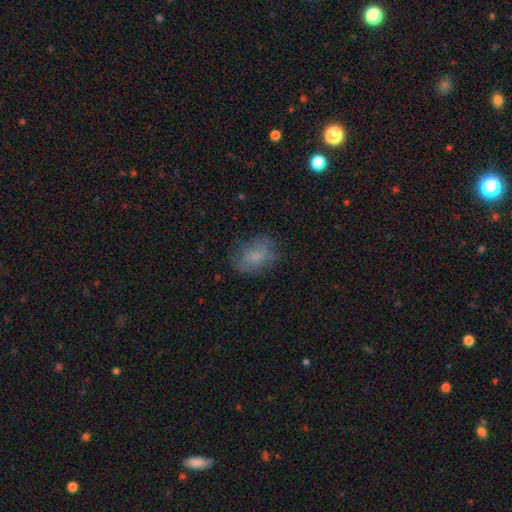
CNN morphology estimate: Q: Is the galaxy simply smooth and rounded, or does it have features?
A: smooth — 68%.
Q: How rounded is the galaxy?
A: in between — 72%.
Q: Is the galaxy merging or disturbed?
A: none — 67%.